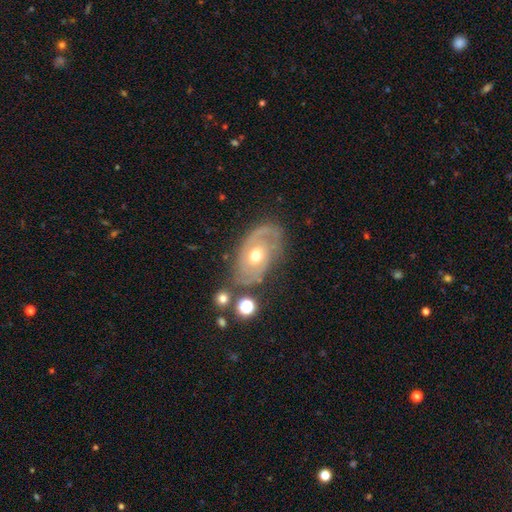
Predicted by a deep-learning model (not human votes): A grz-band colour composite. It shows a featured or disk galaxy (83%) with no bar (75%), 2 (67%) tight (54%) spiral arms (89%) and a moderate central bulge (75%). Merging: none (68%).